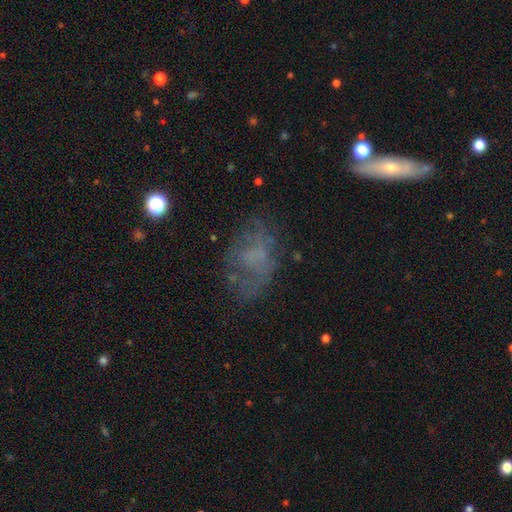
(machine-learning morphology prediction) Smooth or featured: featured or disk — 46% (smooth — 37%)
Merging: none — 52% (major disturbance — 23%)